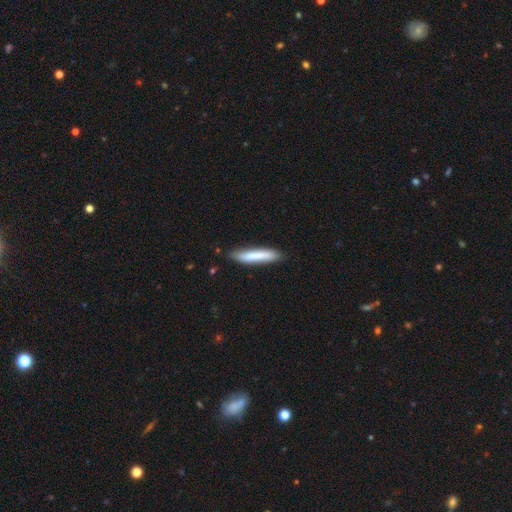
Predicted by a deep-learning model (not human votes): smooth-or-featured: smooth: 77% | featured or disk: 18% | star or artifact: 5%
  how-rounded: cigar-shaped: 87% | in between: 11% | round: 1%
  merging: none: 81% | minor disturbance: 14% | major disturbance: 2% | merger: 2%